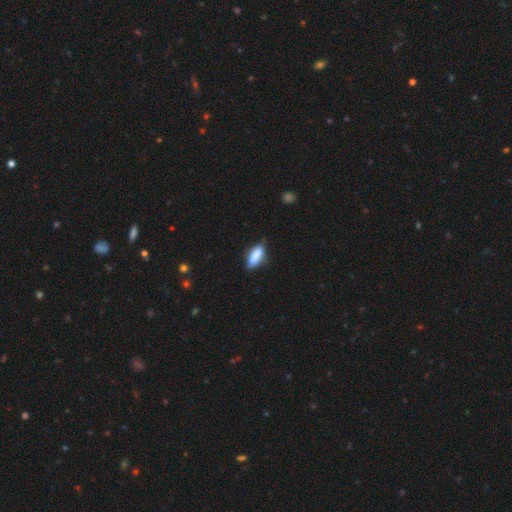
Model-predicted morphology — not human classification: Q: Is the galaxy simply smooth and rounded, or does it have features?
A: smooth — 85%.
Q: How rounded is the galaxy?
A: in between — 77%.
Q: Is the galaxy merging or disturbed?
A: none — 75%.